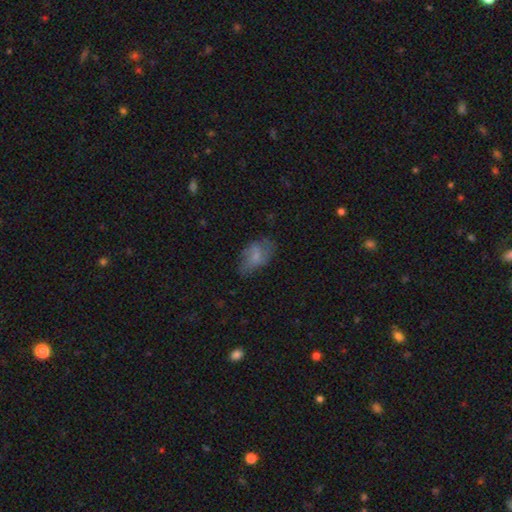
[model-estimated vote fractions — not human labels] smooth_or_featured: smooth (p=0.64) [alt: featured or disk p=0.27]
how_rounded: in between (p=0.90) [alt: round p=0.08]
merging: none (p=0.51) [alt: minor disturbance p=0.30]